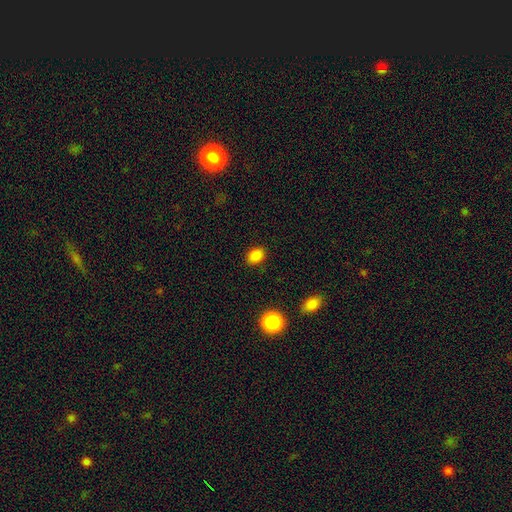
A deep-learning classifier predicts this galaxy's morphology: Smooth or featured?
  - smooth: 85% *
  - star or artifact: 11%
  - featured or disk: 4%
How rounded?
  - in between: 71% *
  - round: 27%
  - cigar-shaped: 1%
Merging?
  - none: 88% *
  - minor disturbance: 8%
  - major disturbance: 2%
  - merger: 1%